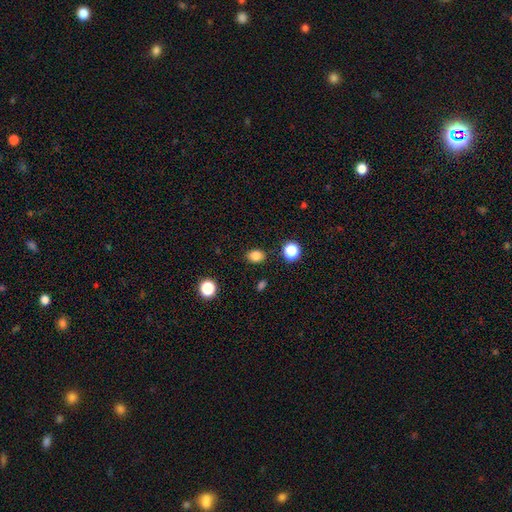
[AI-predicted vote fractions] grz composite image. It shows a smooth galaxy with no disk features (82%) that is in between round and cigar-shaped (61%). Merging: none (85%).